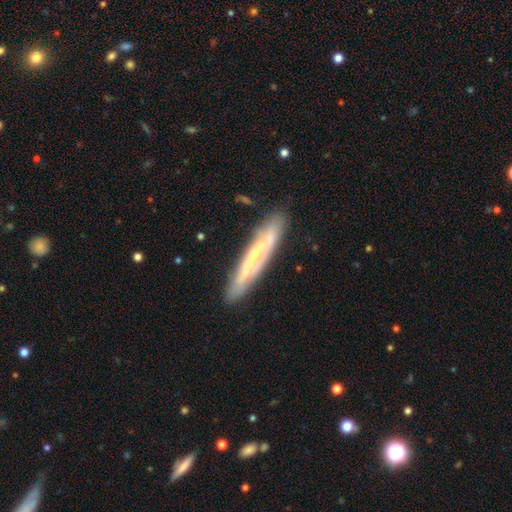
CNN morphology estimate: A featured or disk galaxy (58%) viewed edge-on (73%).

Vote fractions:
- Smooth or featured? featured or disk: 58% / smooth: 36% / star or artifact: 6%
- Edge-on disk? yes: 73% / no: 27%
- Merging? none: 86% / minor disturbance: 11% / major disturbance: 2% / merger: 2%